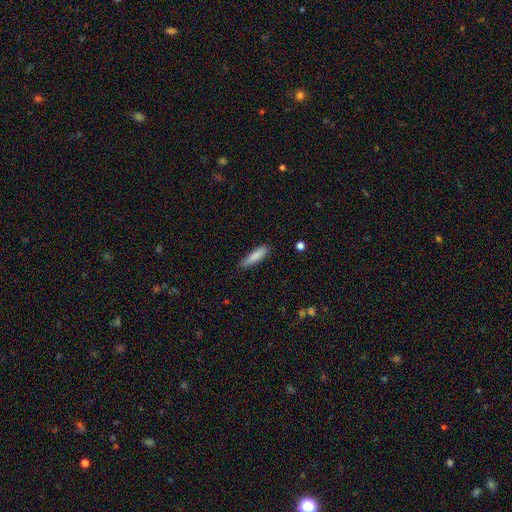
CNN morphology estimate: Smooth or featured?
  - smooth: 83% *
  - featured or disk: 10%
  - star or artifact: 6%
How rounded?
  - cigar-shaped: 75% *
  - in between: 23%
  - round: 1%
Merging?
  - none: 77% *
  - minor disturbance: 19%
  - major disturbance: 3%
  - merger: 2%